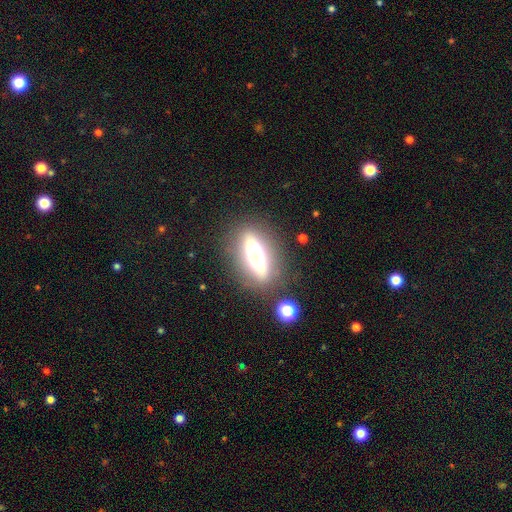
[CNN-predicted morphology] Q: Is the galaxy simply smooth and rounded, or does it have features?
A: smooth — 44%, tied with featured or disk.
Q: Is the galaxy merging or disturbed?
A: none — 78%.